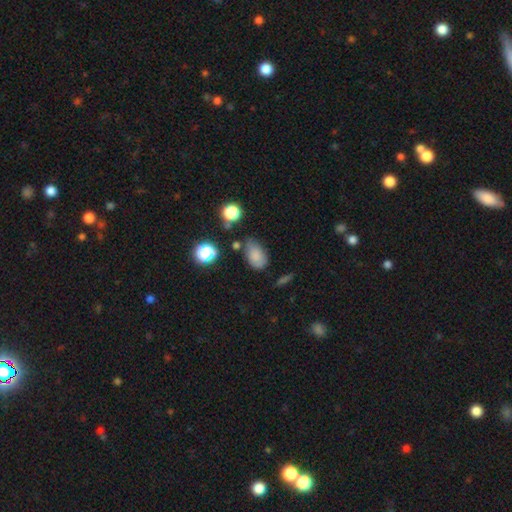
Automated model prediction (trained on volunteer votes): This appears to be a smooth galaxy with no disk features (77%) that is in between round and cigar-shaped (87%). Merging: none (58%).